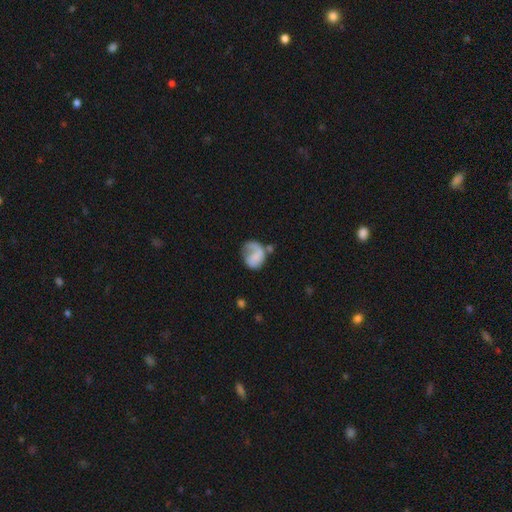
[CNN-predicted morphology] The model was most divided on "how rounded": round: 50%, in between: 49%, cigar-shaped: 1%. Remaining: smooth or featured — smooth (53%); merging — major disturbance (39%).